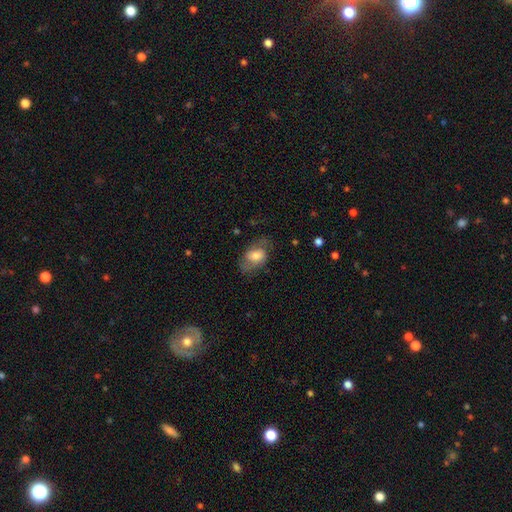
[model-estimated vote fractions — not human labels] Morphology: type=smooth (51%); roundness=in between (81%); merging=none (59%).